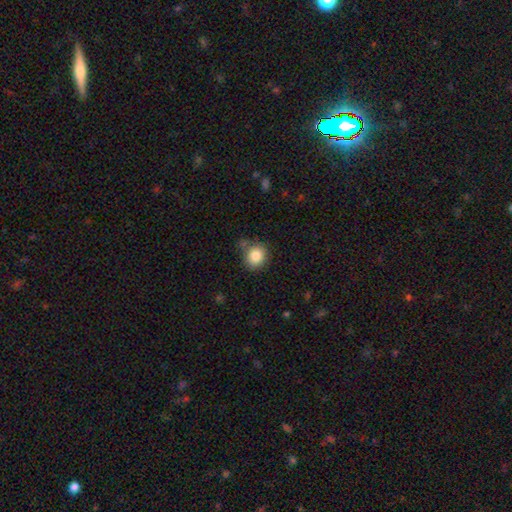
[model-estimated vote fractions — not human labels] smooth 85%, star or artifact 9%, featured or disk 6%. Down the decision tree: how rounded — round (75%); merging — none (70%).